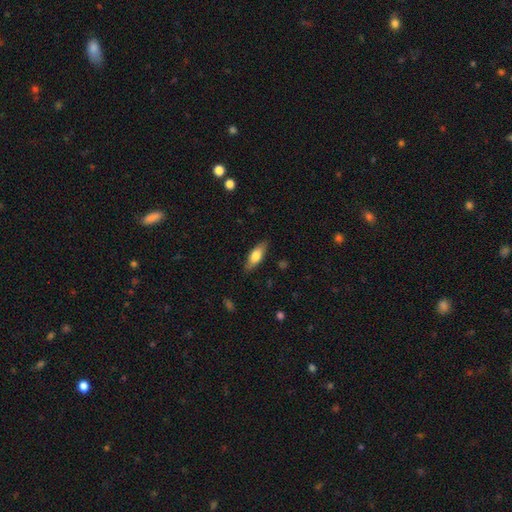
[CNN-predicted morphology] A smooth galaxy with no disk features (68%) that is in between round and cigar-shaped (67%).

Vote fractions:
- Smooth or featured? smooth: 68% / featured or disk: 26% / star or artifact: 6%
- How rounded? in between: 67% / cigar-shaped: 31% / round: 3%
- Merging? none: 84% / minor disturbance: 12% / major disturbance: 2% / merger: 1%